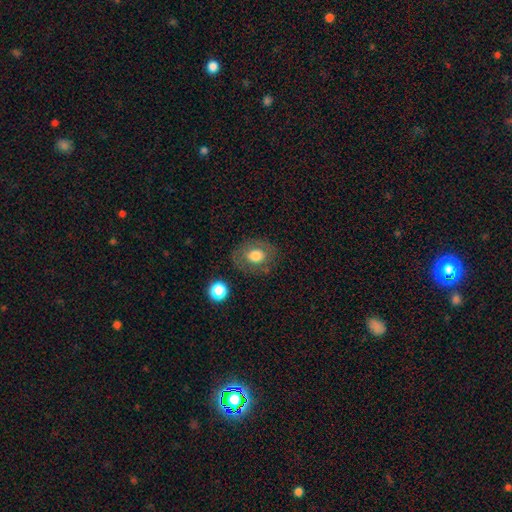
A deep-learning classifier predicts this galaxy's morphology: smooth 68%, featured or disk 22%, star or artifact 9%. Down the decision tree: how rounded — in between (50%); merging — none (78%).